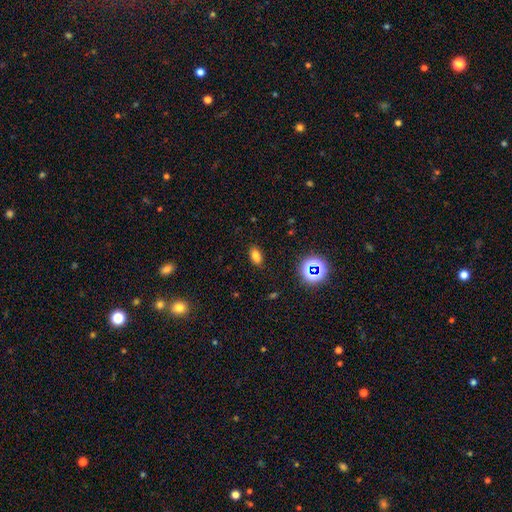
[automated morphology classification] Overall: smooth (74%). How rounded: in between (86%). Merging: none (85%).